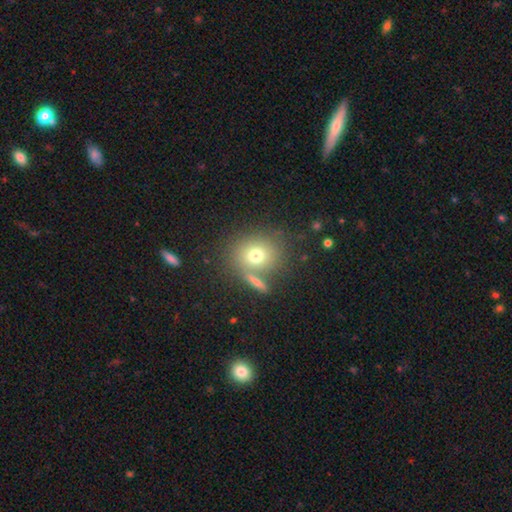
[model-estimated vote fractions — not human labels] The model was most divided on "merging": none: 66%, merger: 17%, minor disturbance: 11%, major disturbance: 5%. More confident: how rounded — round (77%); smooth or featured — smooth (72%).